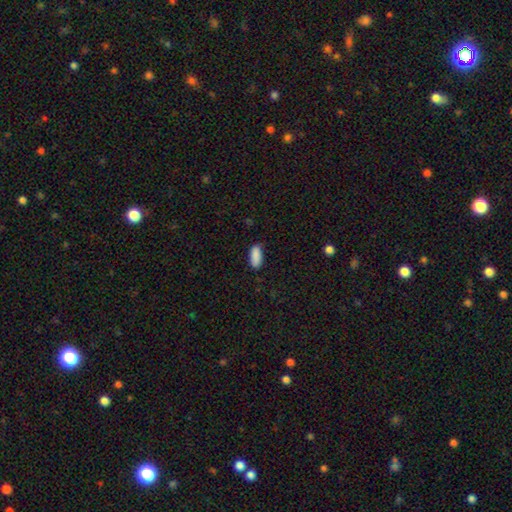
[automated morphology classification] The model was most divided on "merging": none: 81%, minor disturbance: 15%, major disturbance: 3%, merger: 1%. More confident: smooth or featured — smooth (90%); how rounded — in between (84%).